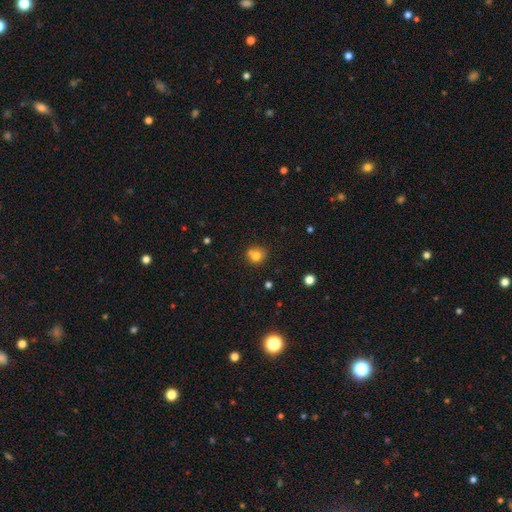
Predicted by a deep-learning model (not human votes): Smooth or featured? smooth (77%)
How rounded? round (83%)
Merging? none (65%)